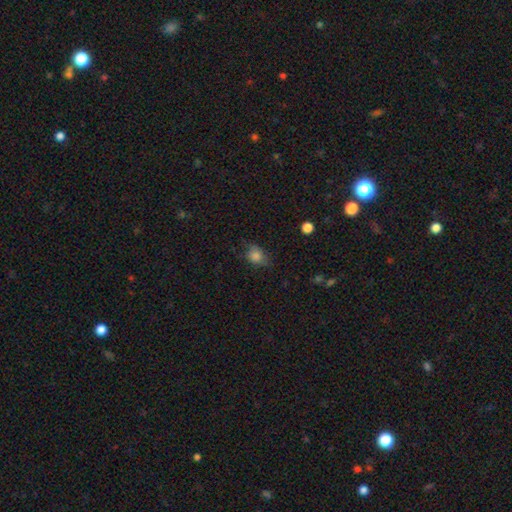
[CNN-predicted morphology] A smooth galaxy with no disk features (81%) that is in between round and cigar-shaped (56%). Merging: none (62%).